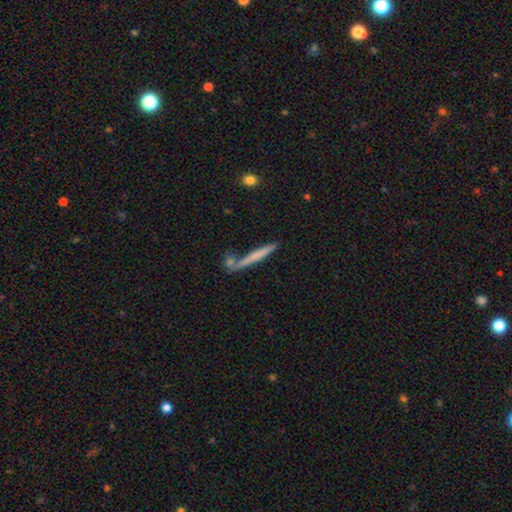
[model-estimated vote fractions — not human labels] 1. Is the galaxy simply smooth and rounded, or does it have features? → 53% smooth, 40% featured or disk, 7% star or artifact.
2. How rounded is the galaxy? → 95% cigar-shaped, 4% in between, 2% round.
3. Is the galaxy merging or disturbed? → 68% none, 17% merger, 11% minor disturbance, 4% major disturbance.